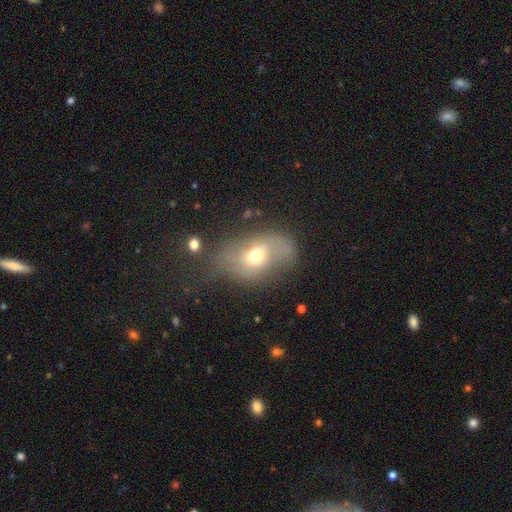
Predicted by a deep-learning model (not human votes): This appears to be a smooth galaxy with no disk features (49%). Merging: none (38%).